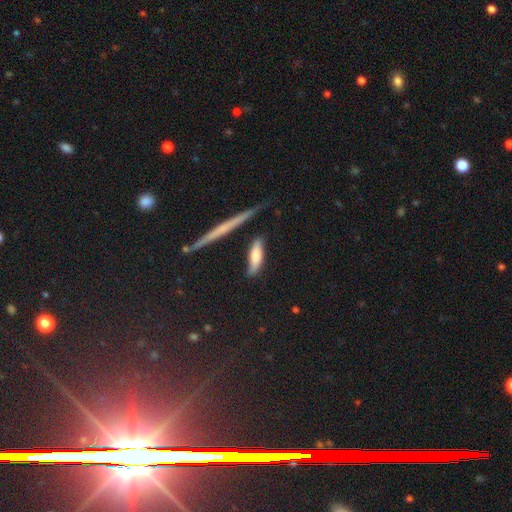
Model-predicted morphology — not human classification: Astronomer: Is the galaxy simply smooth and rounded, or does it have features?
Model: smooth — 67%.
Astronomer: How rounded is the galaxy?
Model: cigar-shaped — 56% (runner-up: in between, 41%).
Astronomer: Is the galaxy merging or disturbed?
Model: none — 68%.